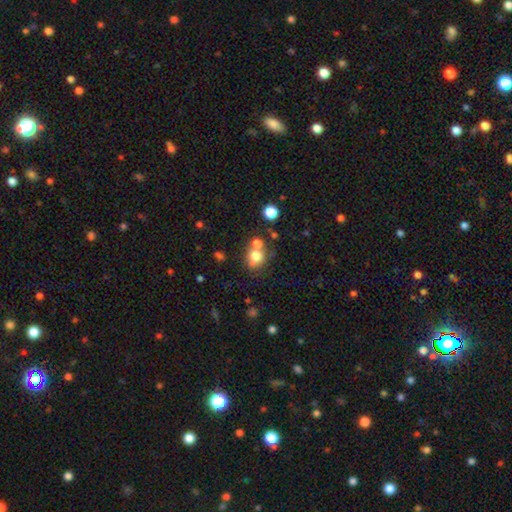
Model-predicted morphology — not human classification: Smooth or featured? Predicted: smooth (p=0.73). How rounded? Predicted: round (p=0.73). Merging? Predicted: none (p=0.51).